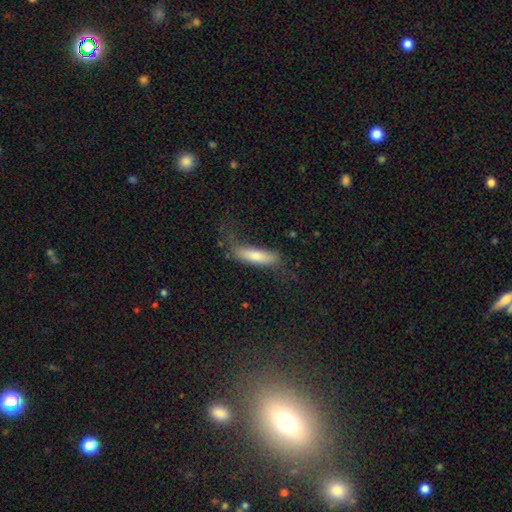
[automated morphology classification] type=smooth (71%); roundness=cigar-shaped (64%); merging=none (47%).